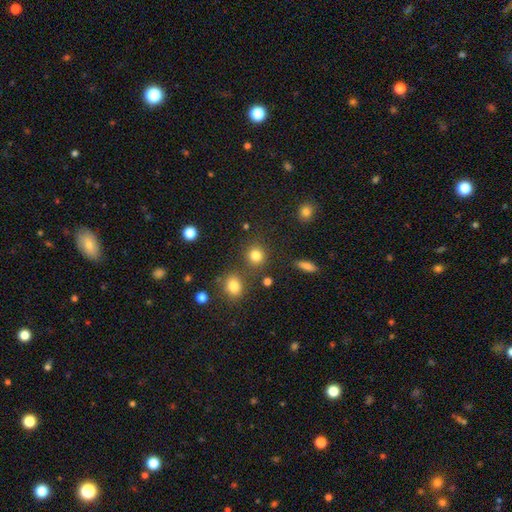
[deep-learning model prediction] A smooth galaxy with no disk features (81%) that is round (88%).

Vote fractions:
- Smooth or featured? smooth: 81% / star or artifact: 13% / featured or disk: 6%
- How rounded? round: 88% / in between: 11% / cigar-shaped: 1%
- Merging? none: 79% / merger: 9% / minor disturbance: 9% / major disturbance: 4%